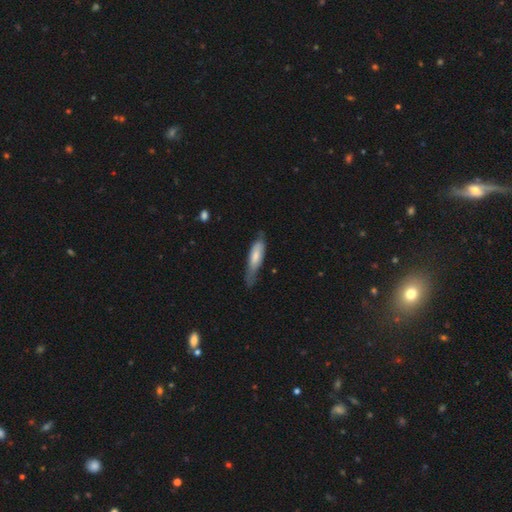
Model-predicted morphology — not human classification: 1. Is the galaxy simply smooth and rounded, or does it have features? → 66% smooth, 28% featured or disk, 5% star or artifact.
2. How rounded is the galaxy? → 59% cigar-shaped, 40% in between, 1% round.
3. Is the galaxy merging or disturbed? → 43% none, 39% minor disturbance, 16% major disturbance, 2% merger.